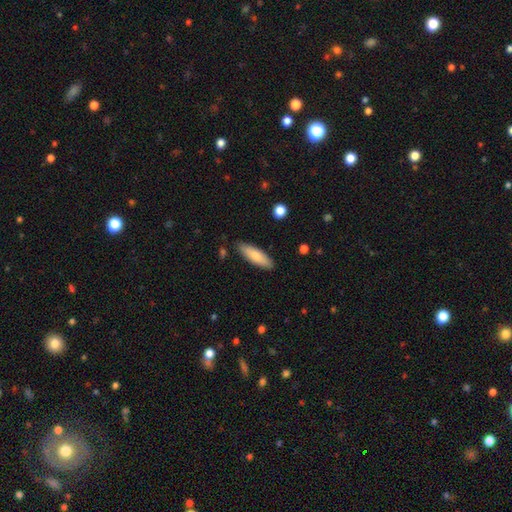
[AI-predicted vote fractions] Smooth or featured: smooth — 76% (featured or disk — 18%)
How rounded: cigar-shaped — 52% (in between — 46%)
Merging: none — 87% (minor disturbance — 10%)